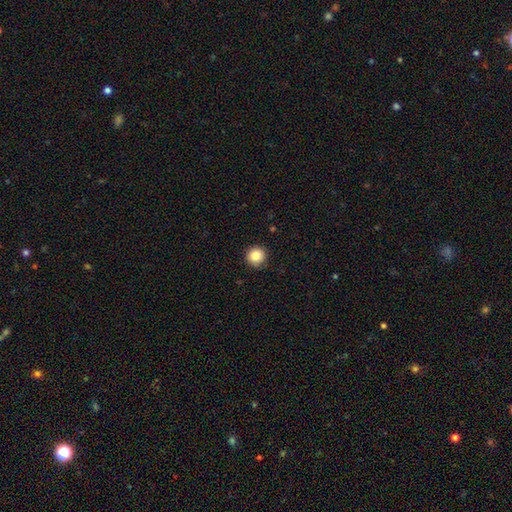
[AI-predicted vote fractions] smooth_or_featured: smooth (p=0.84) [alt: star or artifact p=0.10]
how_rounded: round (p=0.95) [alt: in between p=0.04]
merging: none (p=0.91) [alt: minor disturbance p=0.06]